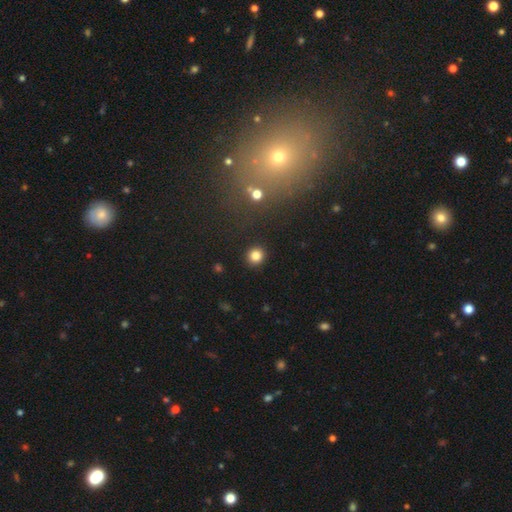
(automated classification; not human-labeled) smooth 83%, star or artifact 12%, featured or disk 5%. Down the decision tree: how rounded — round (92%); merging — none (92%).